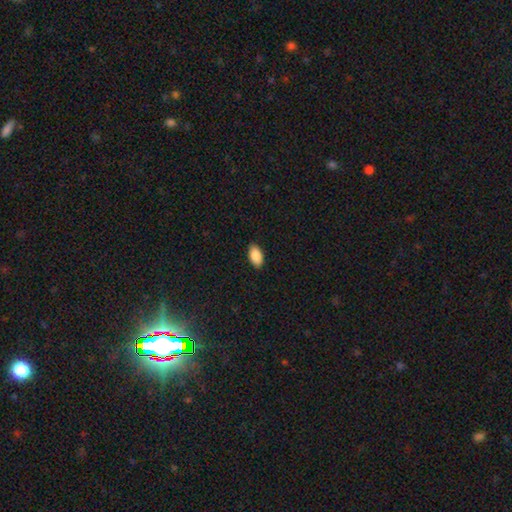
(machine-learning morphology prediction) Overall: smooth (89%). How rounded: in between (95%). Merging: none (89%).